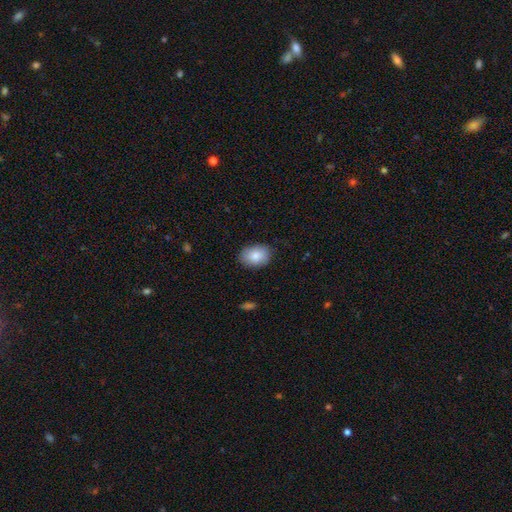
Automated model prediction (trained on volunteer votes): smooth-or-featured: smooth: 81% | featured or disk: 12% | star or artifact: 7%
  how-rounded: in between: 76% | round: 23% | cigar-shaped: 1%
  merging: none: 83% | minor disturbance: 13% | major disturbance: 3% | merger: 1%